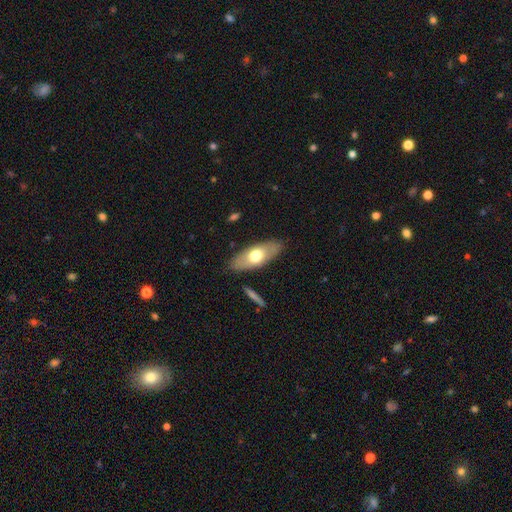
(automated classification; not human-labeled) Smooth or featured: smooth — 60% (featured or disk — 34%)
How rounded: in between — 78% (cigar-shaped — 19%)
Merging: none — 84% (minor disturbance — 11%)